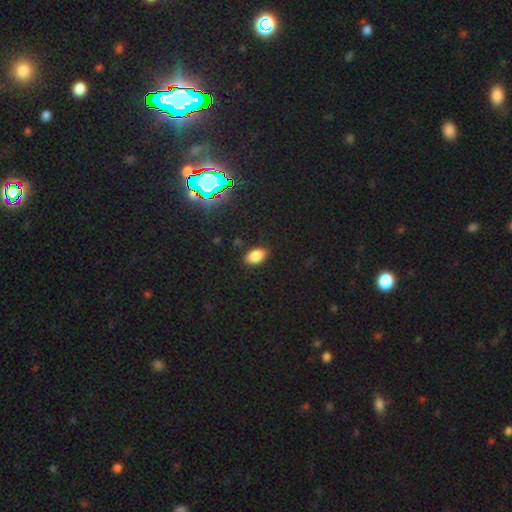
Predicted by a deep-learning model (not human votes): smooth 82%, star or artifact 12%, featured or disk 5%. Down the decision tree: how rounded — in between (90%); merging — none (85%).